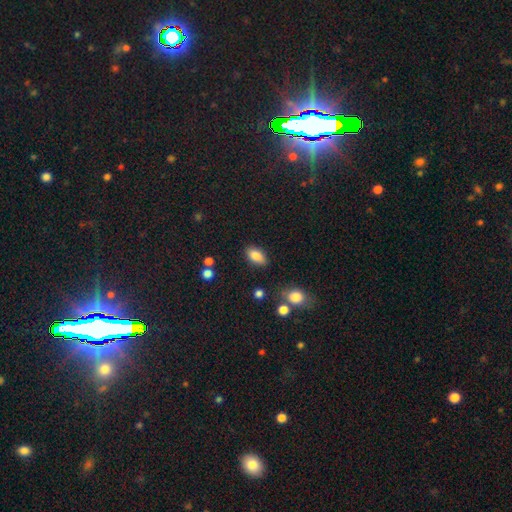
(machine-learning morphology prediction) smooth-or-featured: smooth: 85% | star or artifact: 8% | featured or disk: 7%
  how-rounded: in between: 89% | round: 7% | cigar-shaped: 4%
  merging: none: 83% | minor disturbance: 12% | major disturbance: 3% | merger: 3%